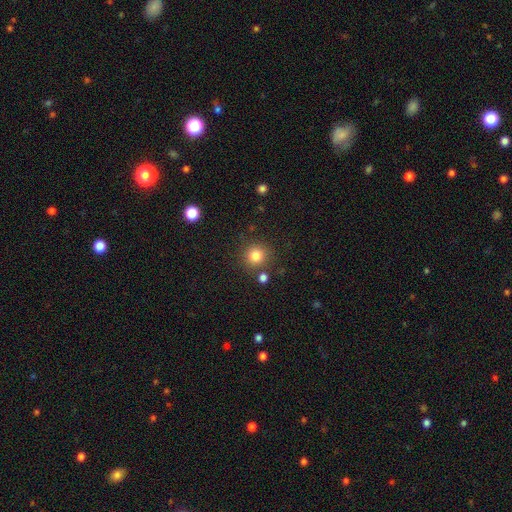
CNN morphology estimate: Q: Smooth or featured?
A: smooth (81%); runner-up: star or artifact (13%)
Q: How rounded?
A: round (92%); runner-up: in between (7%)
Q: Merging?
A: none (83%); runner-up: minor disturbance (8%)